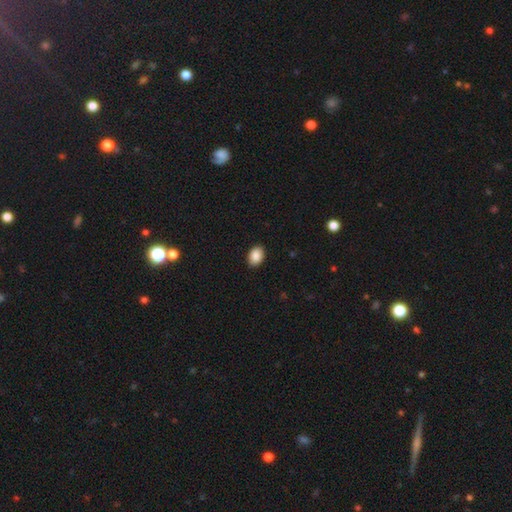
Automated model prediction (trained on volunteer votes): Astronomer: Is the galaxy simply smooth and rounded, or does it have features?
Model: smooth — 89%.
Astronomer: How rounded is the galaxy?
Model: in between — 79%.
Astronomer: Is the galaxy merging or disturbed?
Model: none — 90%.